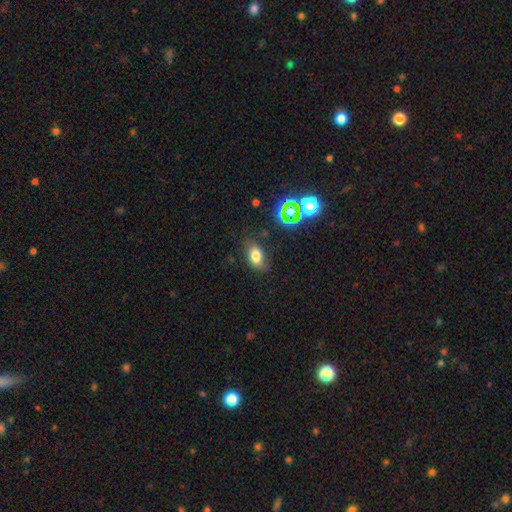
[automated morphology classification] smooth 72%, star or artifact 15%, featured or disk 13%. Down the decision tree: how rounded — in between (86%); merging — none (74%).